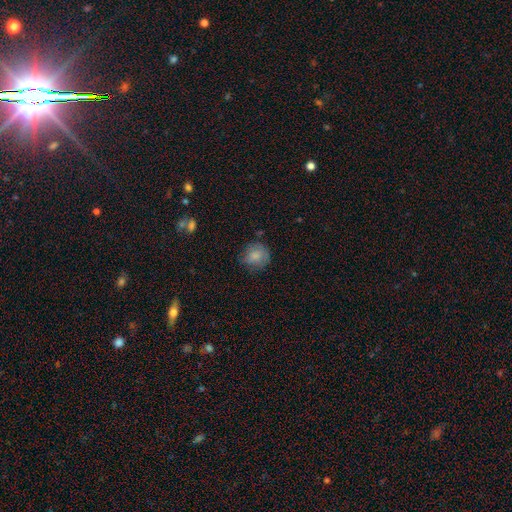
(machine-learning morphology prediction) Smooth or featured: smooth — 79% (featured or disk — 13%)
How rounded: round — 78% (in between — 21%)
Merging: none — 66% (minor disturbance — 24%)